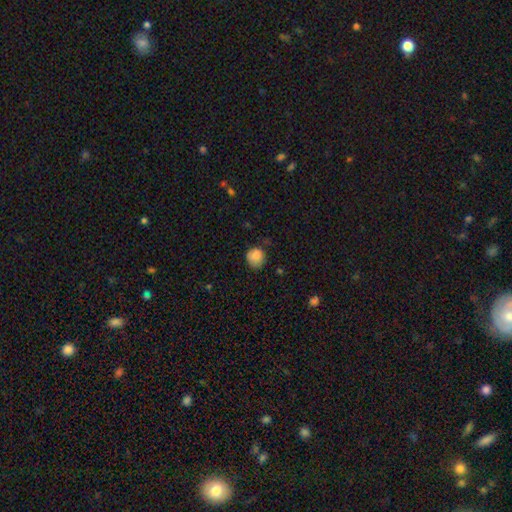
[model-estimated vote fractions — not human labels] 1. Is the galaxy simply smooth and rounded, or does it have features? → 83% smooth, 9% star or artifact, 8% featured or disk.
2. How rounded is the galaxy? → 87% round, 12% in between, 1% cigar-shaped.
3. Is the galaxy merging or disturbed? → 70% none, 23% minor disturbance, 5% major disturbance, 2% merger.